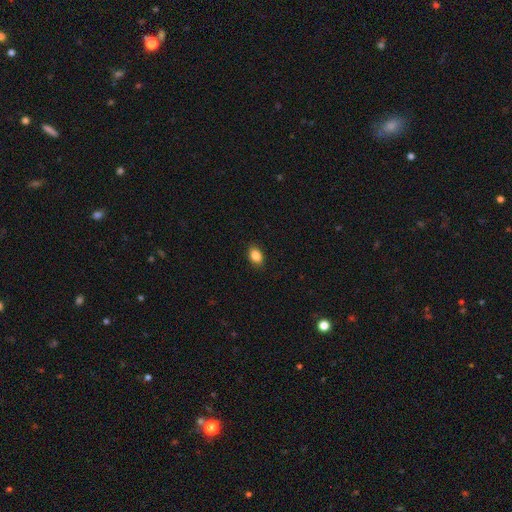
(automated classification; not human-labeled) This appears to be a smooth galaxy with no disk features (87%) that is in between round and cigar-shaped (83%). Merging: none (87%).